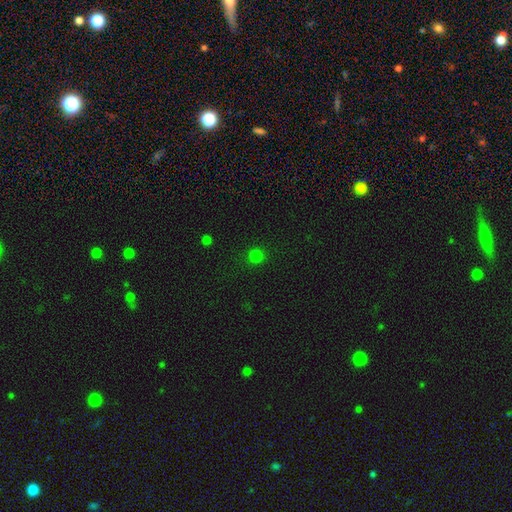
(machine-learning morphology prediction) This appears to be a smooth galaxy with no disk features (77%) that is round (93%). Merging: none (90%).